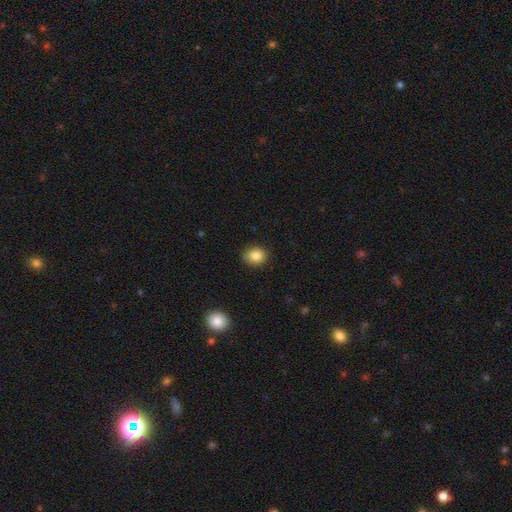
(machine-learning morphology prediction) smooth_or_featured: smooth (p=0.86) [alt: star or artifact p=0.09]
how_rounded: round (p=0.58) [alt: in between p=0.41]
merging: none (p=0.83) [alt: minor disturbance p=0.13]